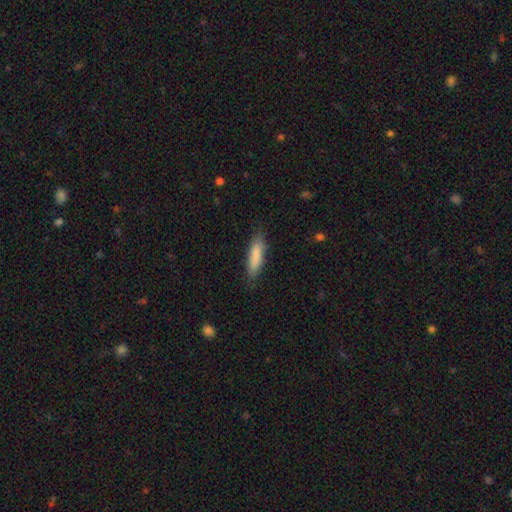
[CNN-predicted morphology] Overall: smooth (84%). How rounded: cigar-shaped (74%). Merging: none (82%).